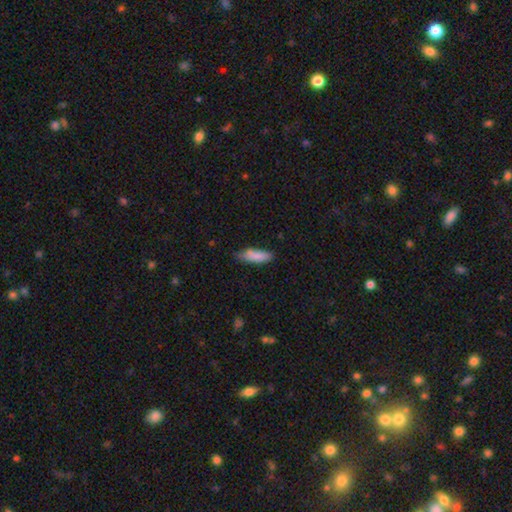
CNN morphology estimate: The model was most divided on "how rounded": in between: 50%, cigar-shaped: 48%, round: 2%. More confident: smooth or featured — smooth (85%); merging — none (62%).